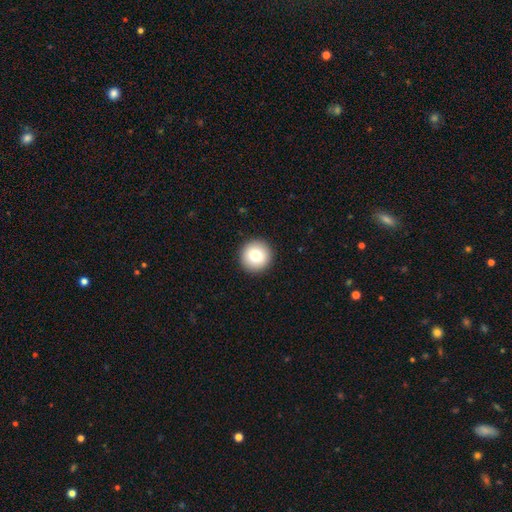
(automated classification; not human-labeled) The model was most divided on "smooth or featured": smooth: 79%, featured or disk: 12%, star or artifact: 10%. More confident: how rounded — round (96%); merging — none (93%).